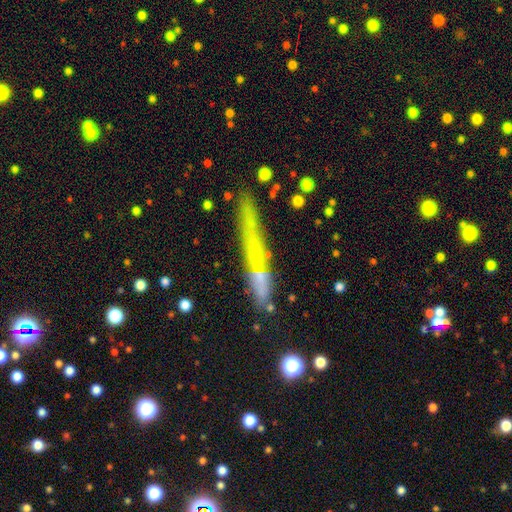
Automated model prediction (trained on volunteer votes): smooth 46%, featured or disk 41%, star or artifact 13%. Down the decision tree: merging — none (69%).